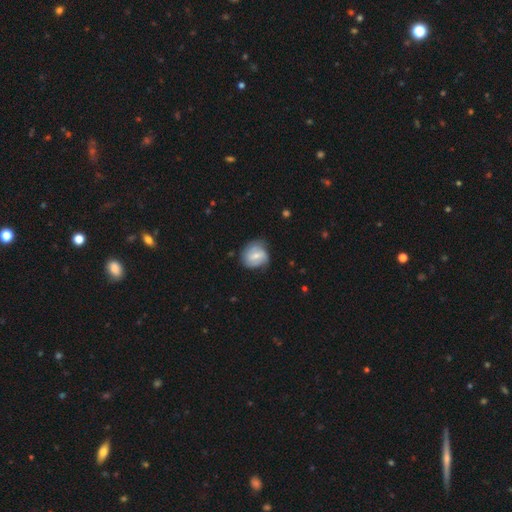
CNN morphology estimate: Smooth or featured: featured or disk — 51% (smooth — 43%)
Edge-on disk: no — 97% (yes — 3%)
Merging: none — 64% (minor disturbance — 27%)